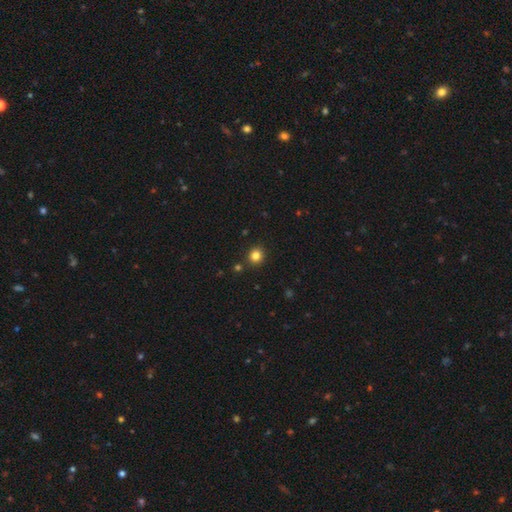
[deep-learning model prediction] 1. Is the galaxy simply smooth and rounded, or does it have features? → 82% smooth, 13% star or artifact, 5% featured or disk.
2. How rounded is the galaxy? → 87% round, 13% in between, 1% cigar-shaped.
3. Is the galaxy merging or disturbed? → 89% none, 6% minor disturbance, 3% merger, 2% major disturbance.